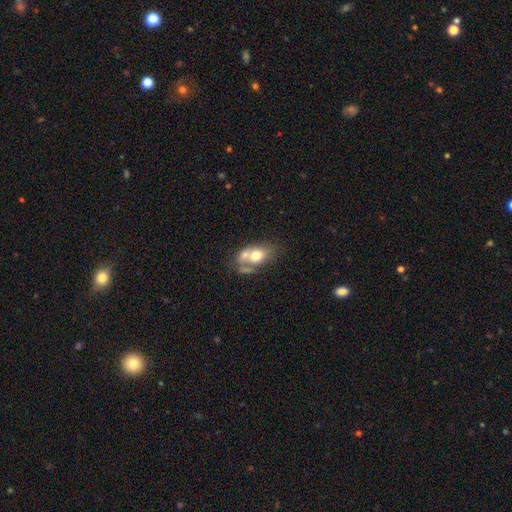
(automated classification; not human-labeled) smooth-or-featured: smooth: 62% | featured or disk: 29% | star or artifact: 8%
  how-rounded: in between: 79% | round: 19% | cigar-shaped: 2%
  merging: merger: 50% | none: 28% | minor disturbance: 13% | major disturbance: 9%